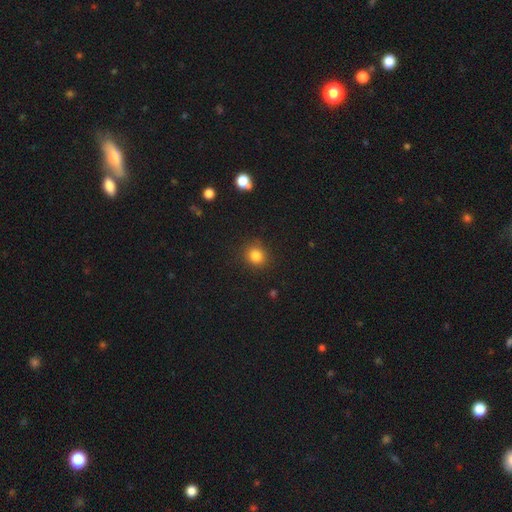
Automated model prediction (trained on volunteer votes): smooth 83%, star or artifact 12%, featured or disk 5%. Down the decision tree: how rounded — round (85%); merging — none (88%).